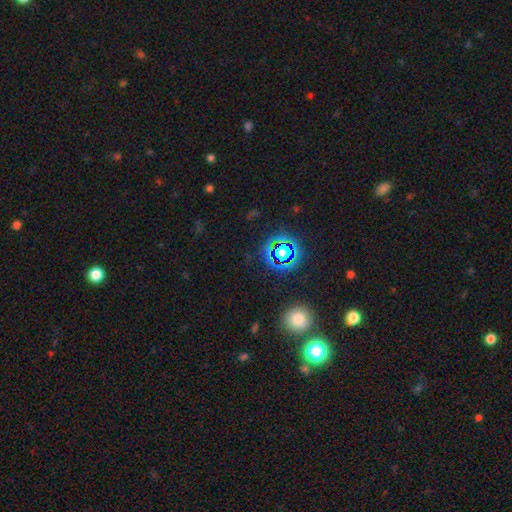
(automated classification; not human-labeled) Q: Smooth or featured?
A: star or artifact (71%); runner-up: smooth (21%)